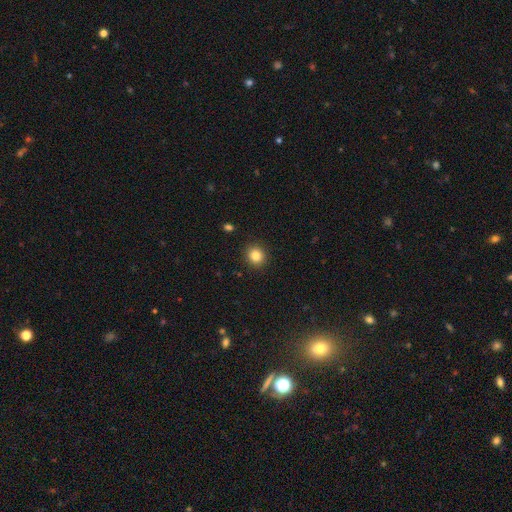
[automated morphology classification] Smooth or featured? smooth (84%)
How rounded? round (87%)
Merging? none (92%)